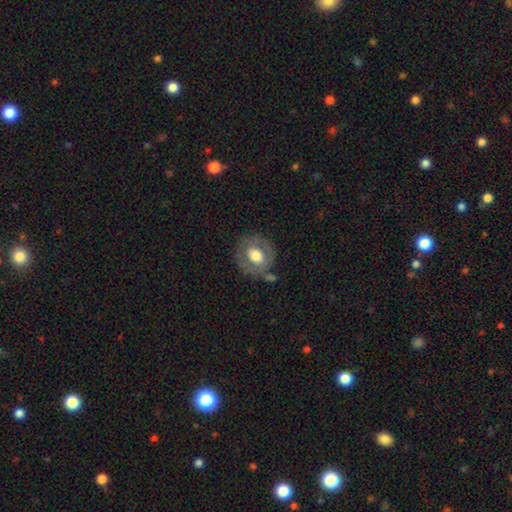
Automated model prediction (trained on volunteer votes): Smooth or featured? Predicted: smooth (p=0.52). How rounded? Predicted: round (p=0.74). Merging? Predicted: none (p=0.71).